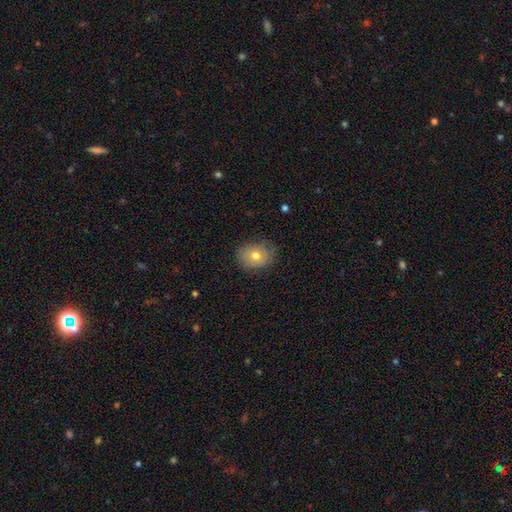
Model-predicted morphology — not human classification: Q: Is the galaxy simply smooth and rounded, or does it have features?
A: smooth — 69%.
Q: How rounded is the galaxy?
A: in between — 51%.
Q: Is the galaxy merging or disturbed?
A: none — 76%.